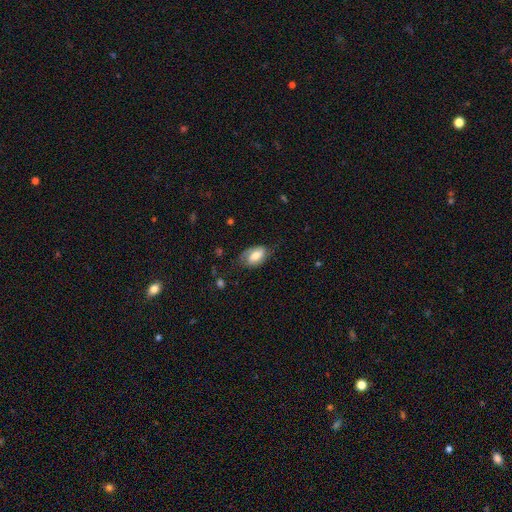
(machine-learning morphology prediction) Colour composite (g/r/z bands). It shows a smooth galaxy with no disk features (50%). Merging: none (62%).